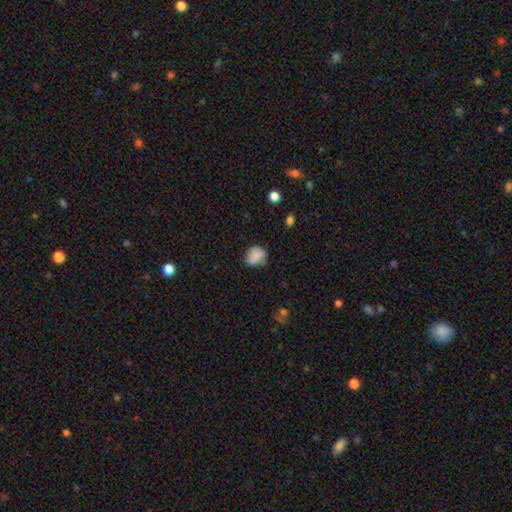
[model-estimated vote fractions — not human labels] Smooth or featured? Predicted: smooth (p=0.77). How rounded? Predicted: round (p=0.57). Merging? Predicted: none (p=0.59).